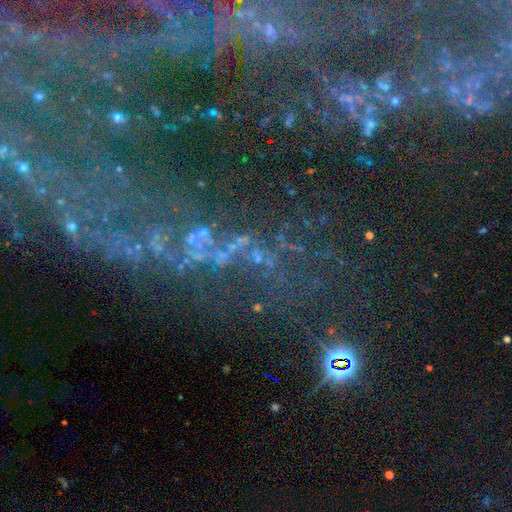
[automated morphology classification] This appears to be a star or artifact, not a galaxy (49%).